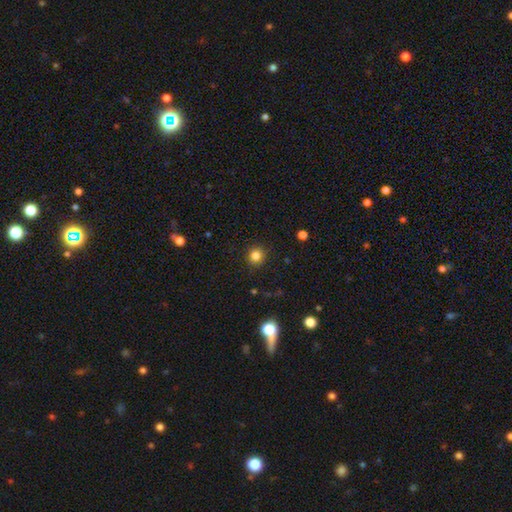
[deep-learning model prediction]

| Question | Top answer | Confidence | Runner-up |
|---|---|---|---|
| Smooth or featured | smooth | 83% | star or artifact (12%) |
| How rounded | round | 91% | in between (8%) |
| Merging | none | 91% | minor disturbance (6%) |